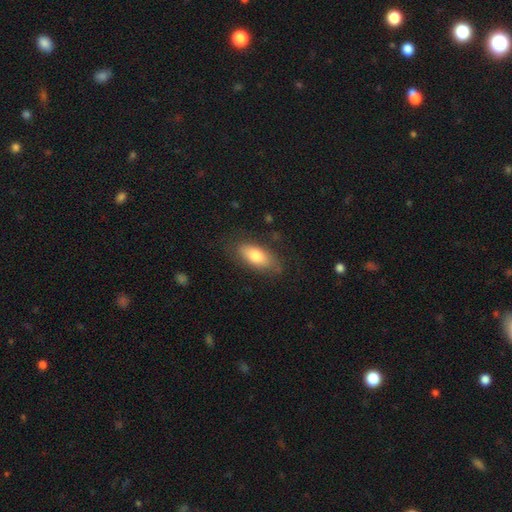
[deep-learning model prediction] Smooth or featured? Predicted: smooth (p=0.76). How rounded? Predicted: in between (p=0.82). Merging? Predicted: none (p=0.78).